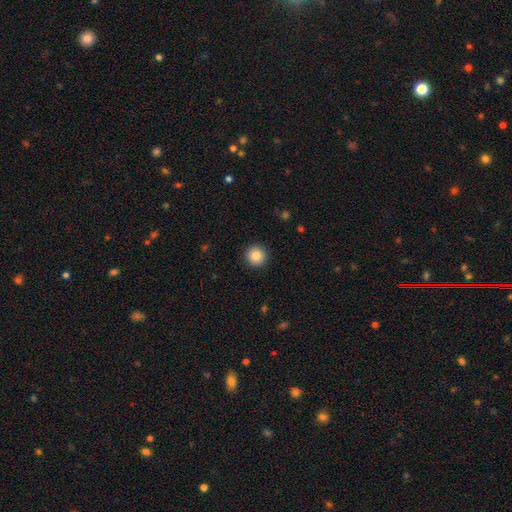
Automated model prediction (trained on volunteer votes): smooth-or-featured: smooth: 86% | star or artifact: 9% | featured or disk: 5%
  how-rounded: round: 95% | in between: 4% | cigar-shaped: 1%
  merging: none: 92% | minor disturbance: 5% | major disturbance: 2% | merger: 1%